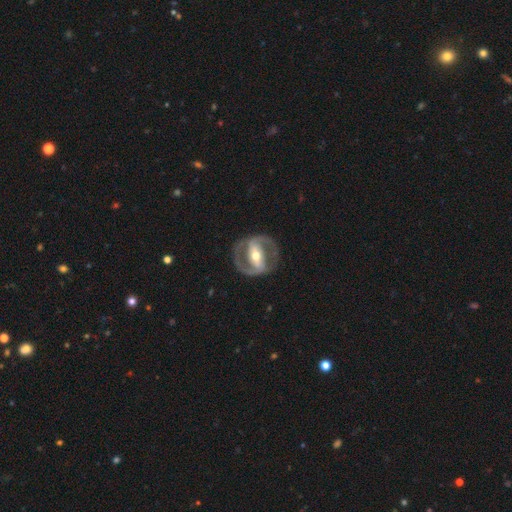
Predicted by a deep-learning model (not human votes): Smooth or featured? featured or disk (87%)
Edge-on disk? no (96%)
Bar? strong (63%)
Spiral arms? yes (85%)
Spiral winding? medium (51%)
Spiral arm count? 2 (90%)
Bulge size? moderate (68%)
Merging? none (83%)